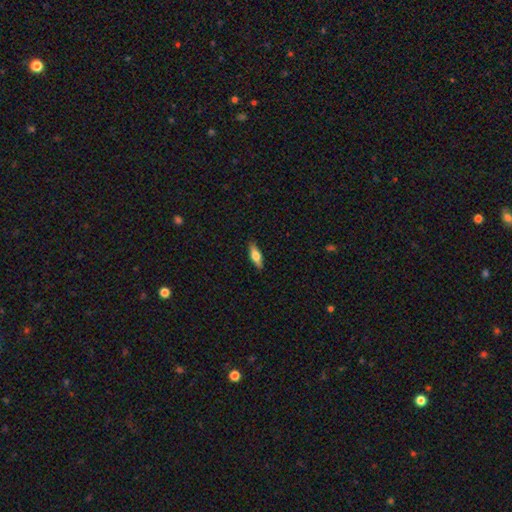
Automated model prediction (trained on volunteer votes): Smooth or featured? smooth (56%)
How rounded? cigar-shaped (49%)
Merging? none (89%)